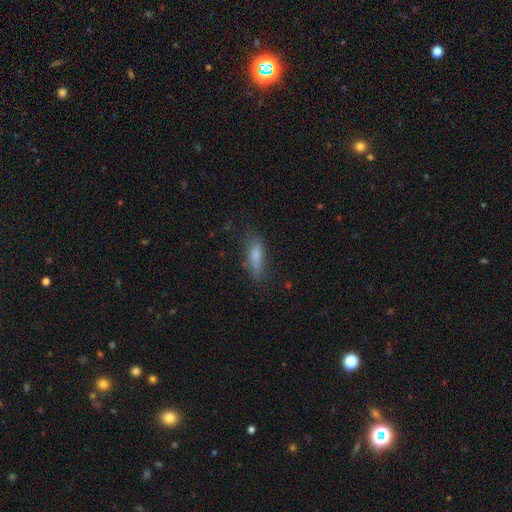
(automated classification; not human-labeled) Q: Smooth or featured?
A: smooth (76%); runner-up: featured or disk (15%)
Q: How rounded?
A: in between (54%); runner-up: cigar-shaped (44%)
Q: Merging?
A: none (64%); runner-up: minor disturbance (24%)